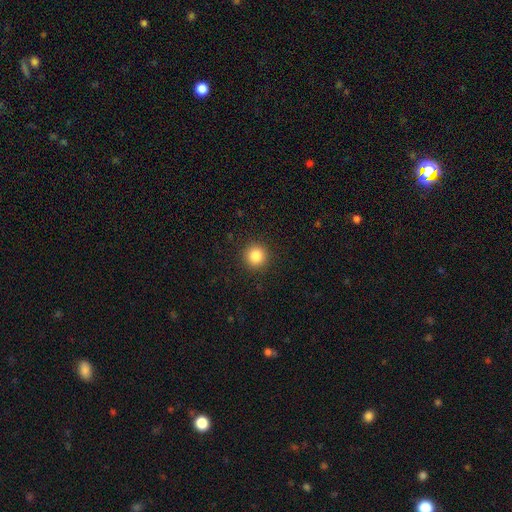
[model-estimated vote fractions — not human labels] A smooth galaxy with no disk features (85%) that is round (95%). Merging: none (92%).